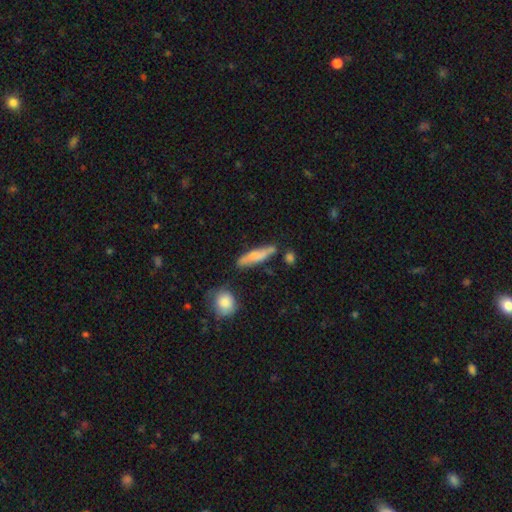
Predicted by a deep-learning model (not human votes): Morphology: type=smooth (60%); roundness=cigar-shaped (75%); merging=none (69%).